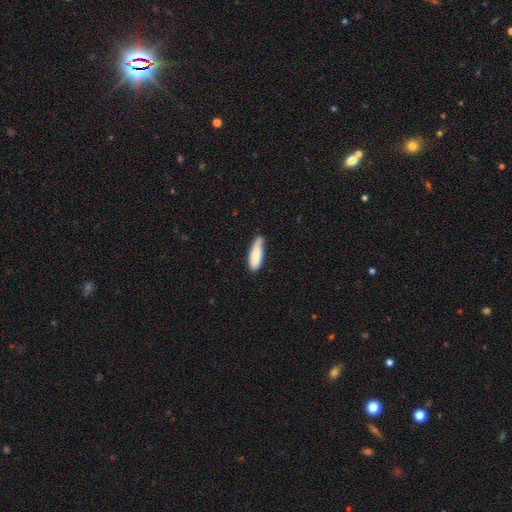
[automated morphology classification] This is clearly a smooth galaxy (81%). How rounded: possibly in between (51%). Merging: possibly none (58%).